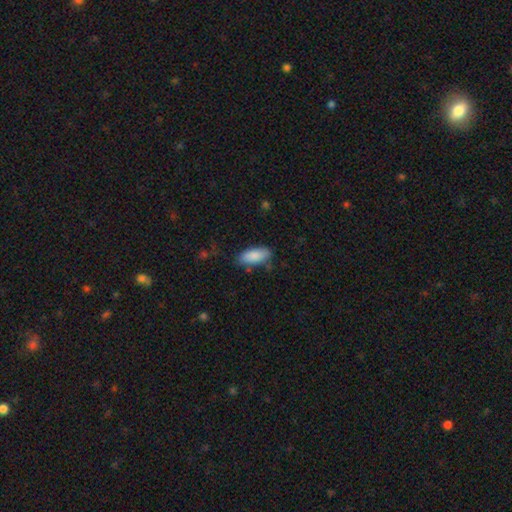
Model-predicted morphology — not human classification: Overall: smooth (88%). How rounded: in between (87%). Merging: none (75%).